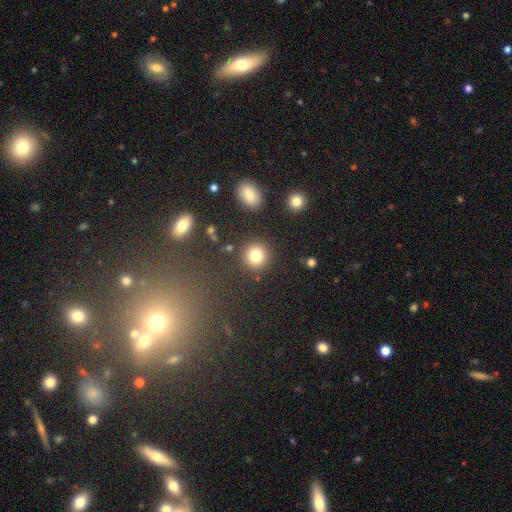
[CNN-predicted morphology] This is clearly a smooth galaxy (81%). How rounded: clearly round (91%). Merging: clearly none (87%).